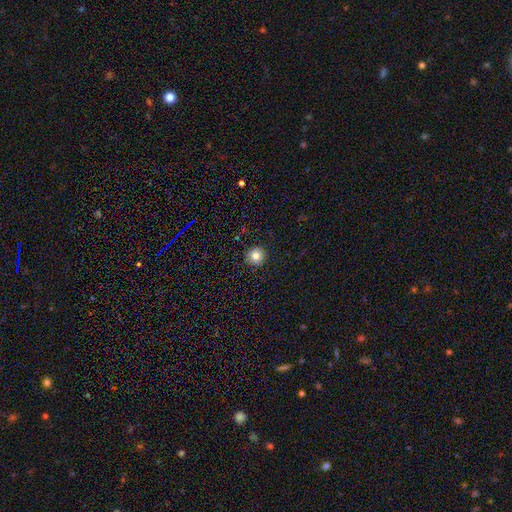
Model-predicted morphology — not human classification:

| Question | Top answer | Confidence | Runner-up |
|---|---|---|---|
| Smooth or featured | smooth | 81% | star or artifact (11%) |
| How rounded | round | 94% | in between (5%) |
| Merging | none | 91% | minor disturbance (6%) |